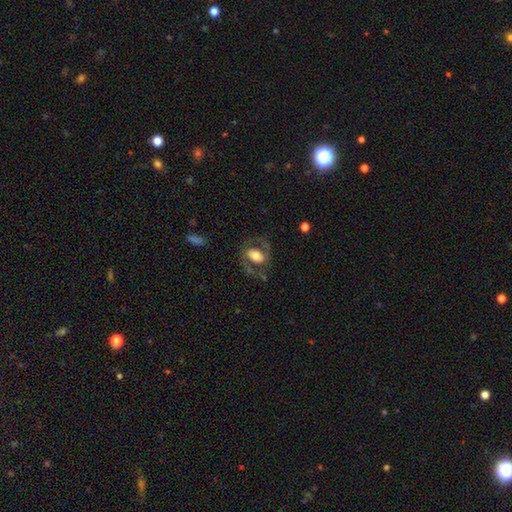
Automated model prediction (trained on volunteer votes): featured or disk 64%, smooth 30%, star or artifact 7%. Down the decision tree: edge-on disk — no (95%); bar — no (41%); spiral arms — yes (76%); bulge size — moderate (49%); merging — none (67%).